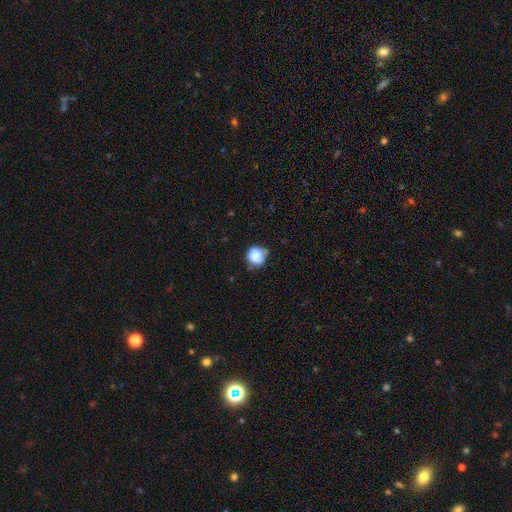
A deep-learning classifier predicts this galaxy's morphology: This appears to be a smooth galaxy with no disk features (85%) that is round (88%). Merging: none (60%).